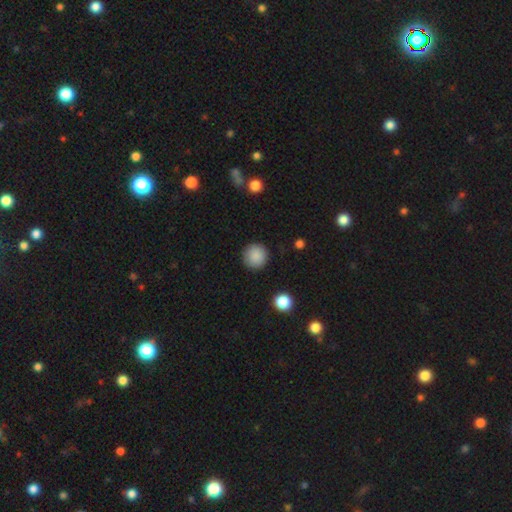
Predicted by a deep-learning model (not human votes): Q: Smooth or featured?
A: smooth (88%); runner-up: star or artifact (8%)
Q: How rounded?
A: round (95%); runner-up: in between (4%)
Q: Merging?
A: none (90%); runner-up: minor disturbance (6%)